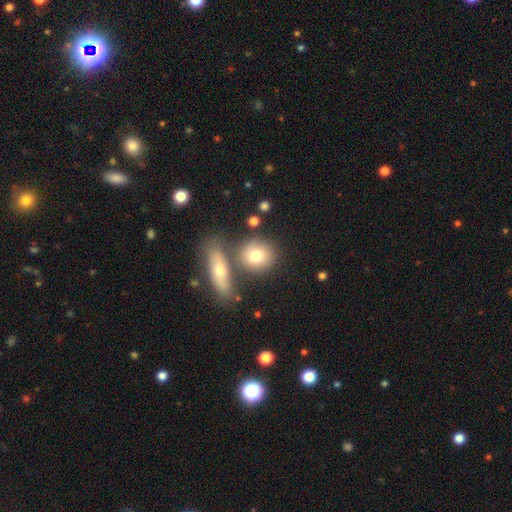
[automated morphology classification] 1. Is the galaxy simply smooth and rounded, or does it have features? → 74% smooth, 17% featured or disk, 9% star or artifact.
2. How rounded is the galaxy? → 72% round, 25% in between, 3% cigar-shaped.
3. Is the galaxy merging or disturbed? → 63% none, 23% merger, 11% minor disturbance, 4% major disturbance.